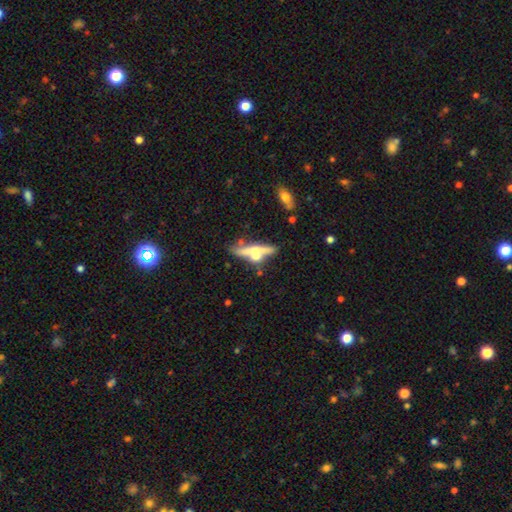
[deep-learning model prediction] The model was most divided on "merging": none: 48%, merger: 24%, minor disturbance: 18%, major disturbance: 10%. More confident: edge-on disk — yes (83%); smooth or featured — featured or disk (59%).